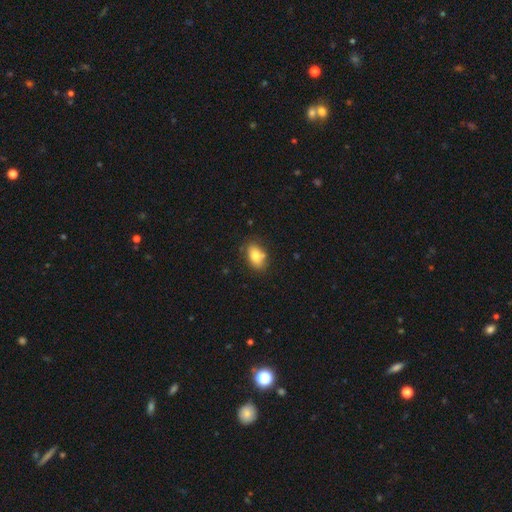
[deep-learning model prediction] Overall: smooth (79%). How rounded: in between (87%). Merging: none (73%).